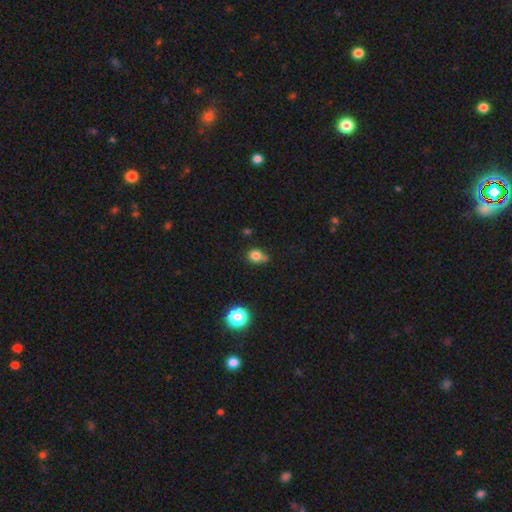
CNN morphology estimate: Smooth or featured: smooth — 79% (star or artifact — 14%)
How rounded: round — 70% (in between — 29%)
Merging: none — 53% (minor disturbance — 26%)